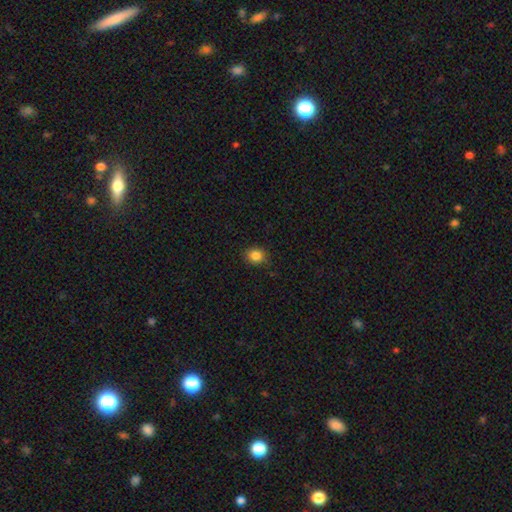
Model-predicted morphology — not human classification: Overall: smooth (85%). How rounded: round (70%). Merging: none (87%).